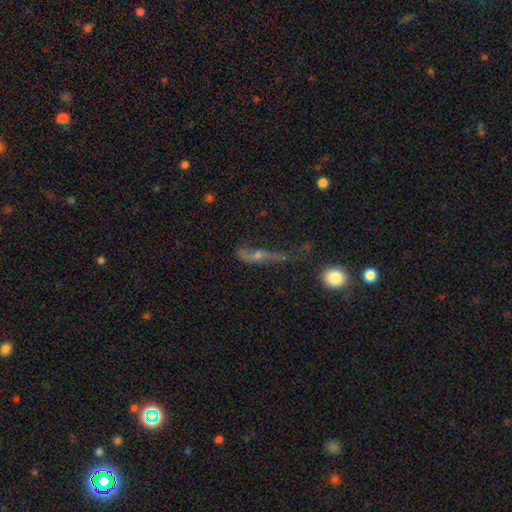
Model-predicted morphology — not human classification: A featured or disk galaxy (60%).

Vote fractions:
- Smooth or featured? featured or disk: 60% / smooth: 26% / star or artifact: 15%
- Edge-on disk? no: 53% / yes: 47%
- Merging? none: 40% / major disturbance: 32% / minor disturbance: 21% / merger: 7%